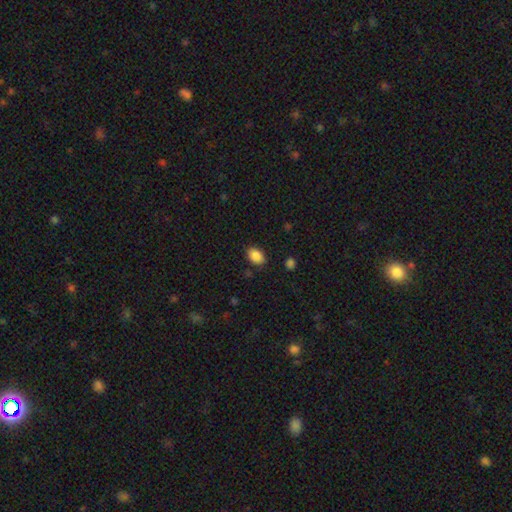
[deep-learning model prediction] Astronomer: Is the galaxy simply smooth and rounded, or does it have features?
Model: smooth — 87%.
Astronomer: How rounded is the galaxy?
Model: in between — 80%.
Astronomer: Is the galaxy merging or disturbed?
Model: none — 84%.